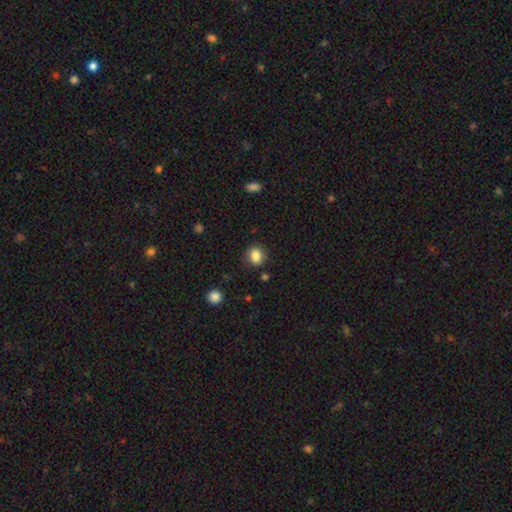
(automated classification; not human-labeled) Smooth or featured? smooth (85%)
How rounded? round (70%)
Merging? none (83%)